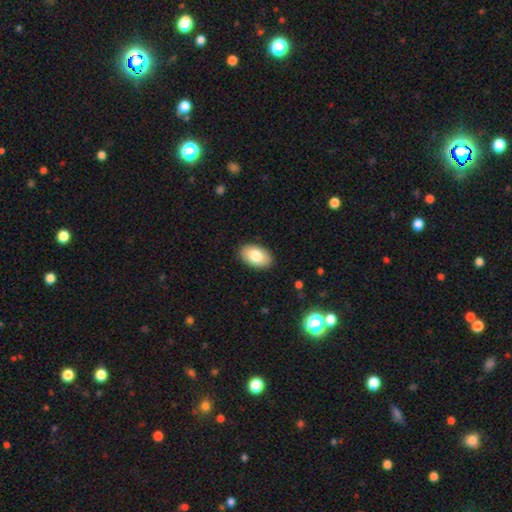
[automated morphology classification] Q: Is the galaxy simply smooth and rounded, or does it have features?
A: smooth — 82%.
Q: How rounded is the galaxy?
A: in between — 93%.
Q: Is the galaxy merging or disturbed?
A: none — 89%.